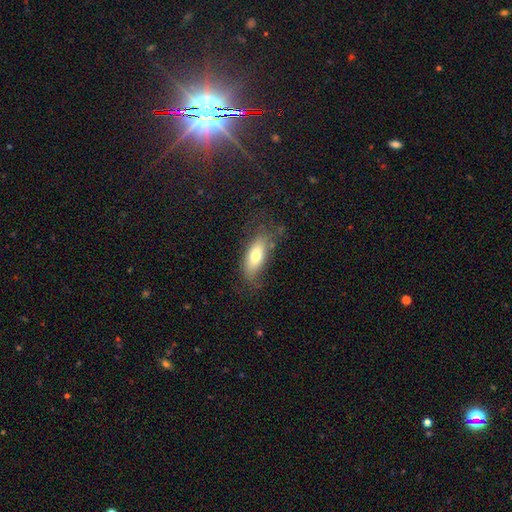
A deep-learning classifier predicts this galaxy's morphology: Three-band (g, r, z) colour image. It shows a smooth galaxy with no disk features (70%) that is in between round and cigar-shaped (76%). Merging: none (68%).